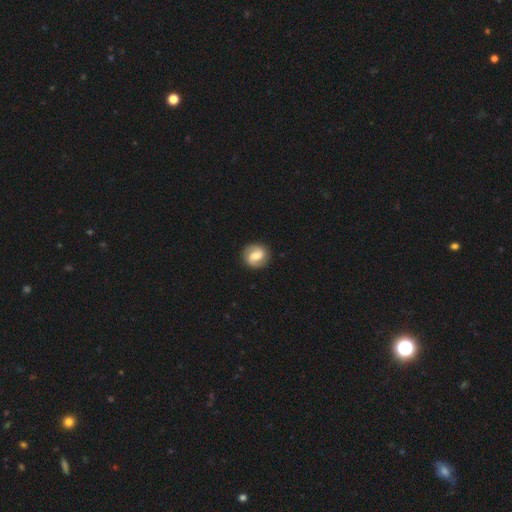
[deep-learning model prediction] Smooth or featured? featured or disk (68%)
Edge-on disk? no (98%)
Bar? weak (52%)
Spiral arms? yes (93%)
Spiral winding? medium (44%)
Spiral arm count? 2 (90%)
Bulge size? moderate (52%)
Merging? none (88%)